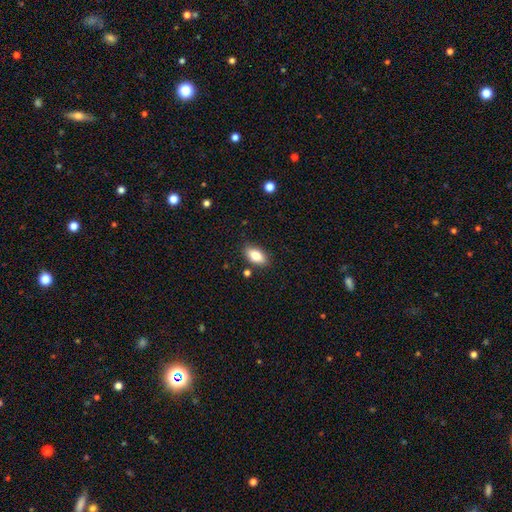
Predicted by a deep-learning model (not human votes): Smooth or featured? smooth (82%)
How rounded? in between (91%)
Merging? none (85%)